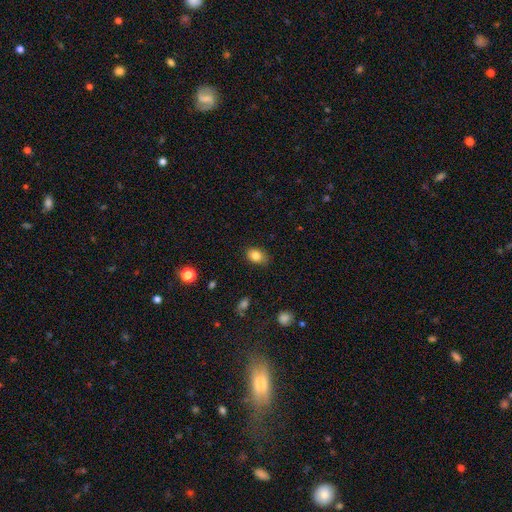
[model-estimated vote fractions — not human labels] Smooth or featured?
  - smooth: 83% *
  - star or artifact: 9%
  - featured or disk: 8%
How rounded?
  - in between: 78% *
  - round: 21%
  - cigar-shaped: 1%
Merging?
  - none: 82% *
  - minor disturbance: 14%
  - major disturbance: 3%
  - merger: 1%